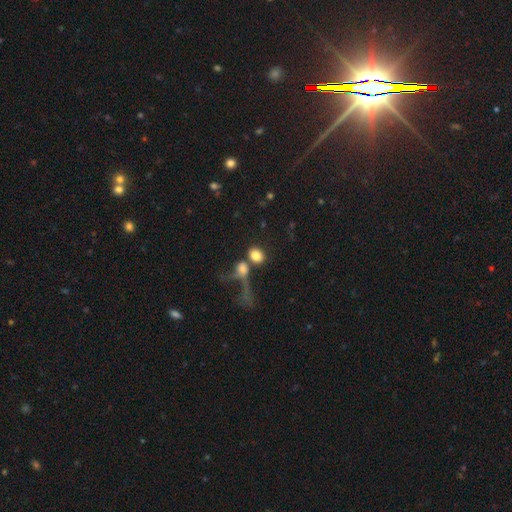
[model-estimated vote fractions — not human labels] A smooth galaxy with no disk features (79%) that is in between round and cigar-shaped (58%). Merging: merger (45%).